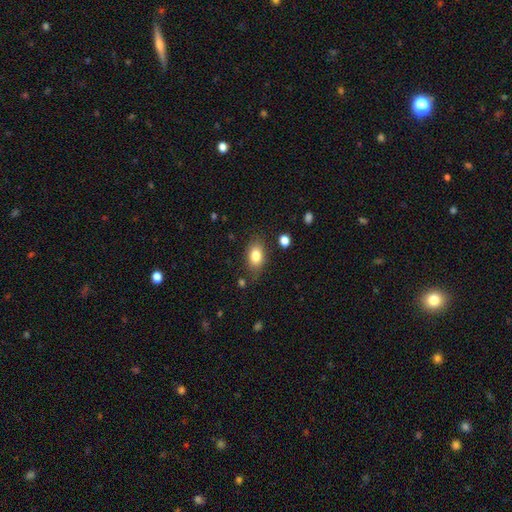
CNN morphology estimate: This appears to be a smooth galaxy with no disk features (82%) that is in between round and cigar-shaped (83%). Merging: none (80%).